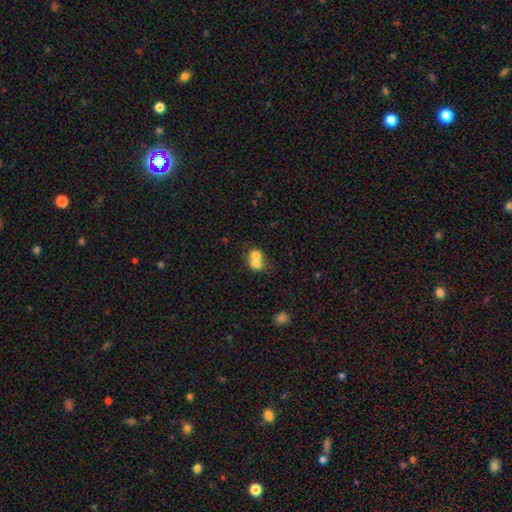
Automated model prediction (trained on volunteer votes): smooth-or-featured: smooth: 70% | featured or disk: 21% | star or artifact: 9%
  how-rounded: round: 67% | in between: 32% | cigar-shaped: 1%
  merging: merger: 72% | none: 21% | minor disturbance: 5% | major disturbance: 3%